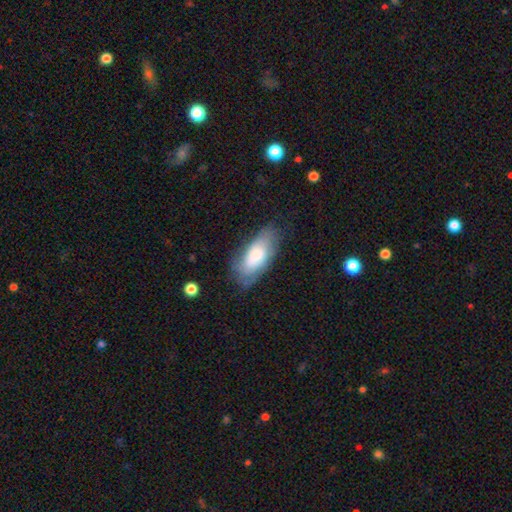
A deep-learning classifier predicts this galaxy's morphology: type=smooth (64%); roundness=in between (87%); merging=none (65%).